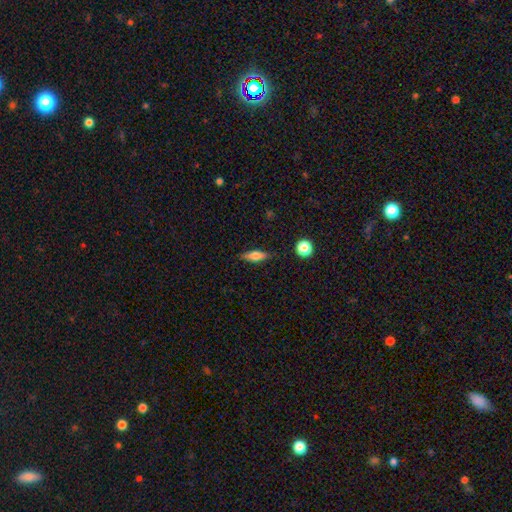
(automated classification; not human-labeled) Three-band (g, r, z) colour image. It shows a smooth galaxy with no disk features (65%) that is in between round and cigar-shaped (57%). Merging: none (84%).